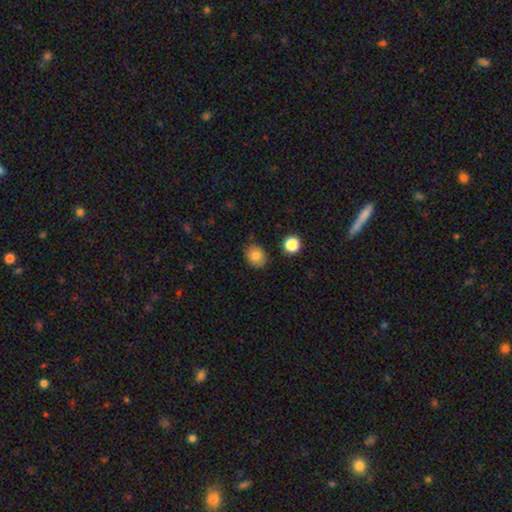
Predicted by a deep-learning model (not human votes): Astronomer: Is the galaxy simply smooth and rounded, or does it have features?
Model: smooth — 82%.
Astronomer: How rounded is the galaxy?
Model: round — 51% (runner-up: in between, 48%).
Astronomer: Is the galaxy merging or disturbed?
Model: none — 81%.